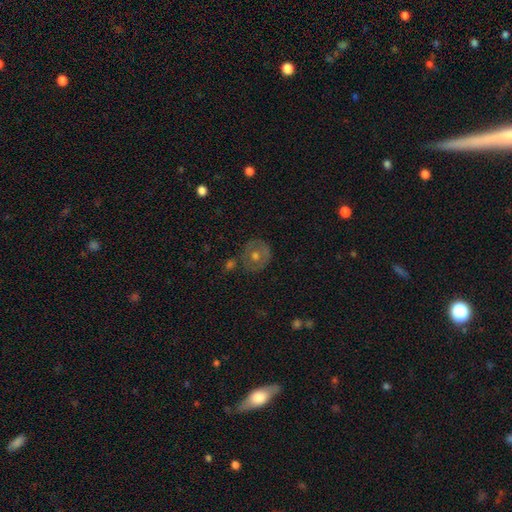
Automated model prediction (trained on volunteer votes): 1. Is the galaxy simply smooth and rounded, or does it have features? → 46% featured or disk, 41% smooth, 12% star or artifact.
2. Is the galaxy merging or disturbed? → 72% none, 16% minor disturbance, 7% merger, 6% major disturbance.